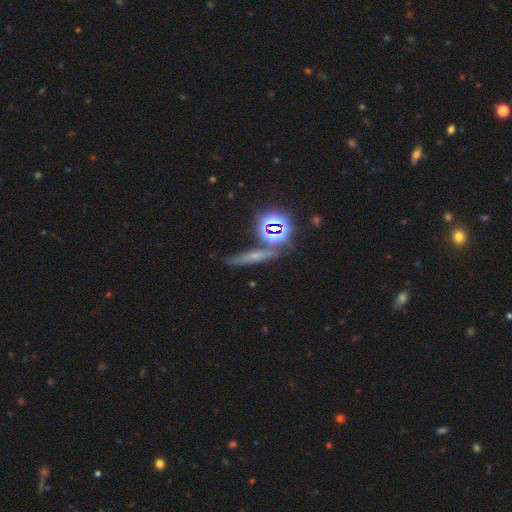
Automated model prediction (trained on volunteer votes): smooth 46%, star or artifact 31%, featured or disk 23%. Down the decision tree: merging — none (72%).